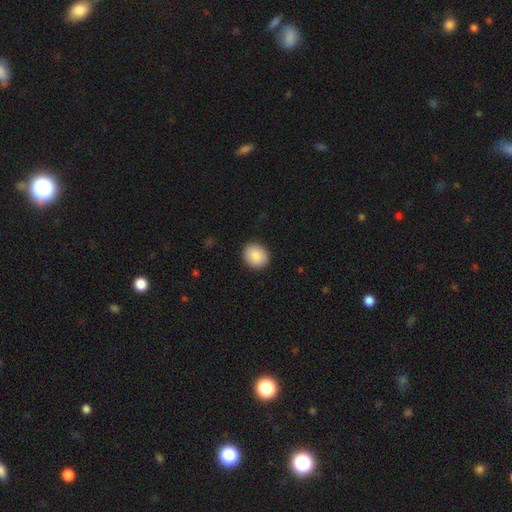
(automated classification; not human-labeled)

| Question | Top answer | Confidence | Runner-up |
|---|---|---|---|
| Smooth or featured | smooth | 88% | star or artifact (7%) |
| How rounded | round | 68% | in between (31%) |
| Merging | none | 90% | minor disturbance (7%) |